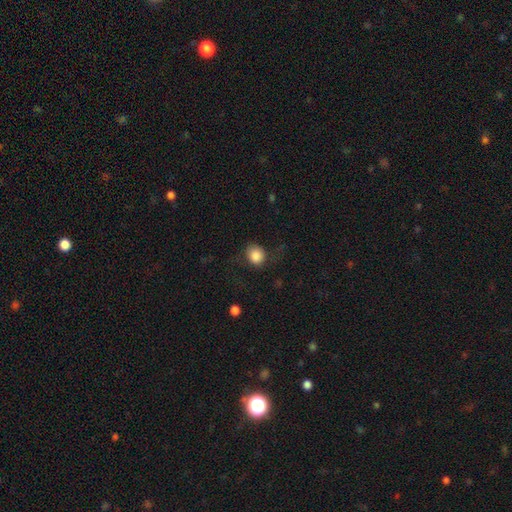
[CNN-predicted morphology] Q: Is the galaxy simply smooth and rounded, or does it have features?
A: smooth — 83%.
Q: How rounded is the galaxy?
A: round — 67%.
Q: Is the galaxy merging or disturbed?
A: none — 62%.